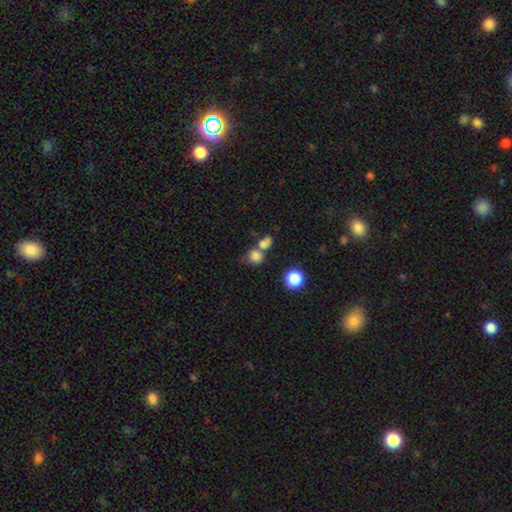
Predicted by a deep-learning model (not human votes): Smooth or featured?
  - smooth: 78% *
  - star or artifact: 13%
  - featured or disk: 9%
How rounded?
  - round: 72% *
  - in between: 27%
  - cigar-shaped: 1%
Merging?
  - merger: 43% *
  - none: 39%
  - minor disturbance: 11%
  - major disturbance: 7%